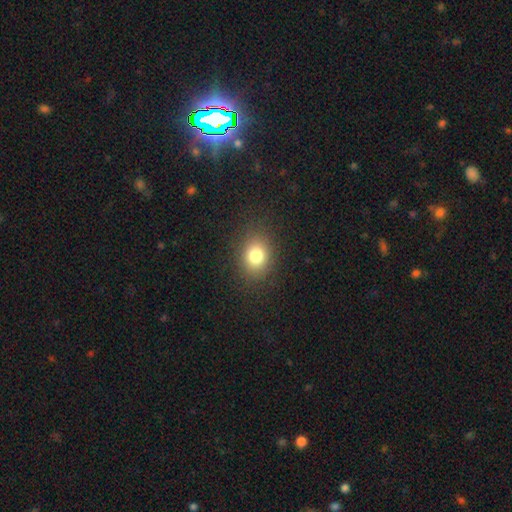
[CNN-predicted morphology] Smooth or featured? smooth (80%)
How rounded? round (51%)
Merging? none (86%)